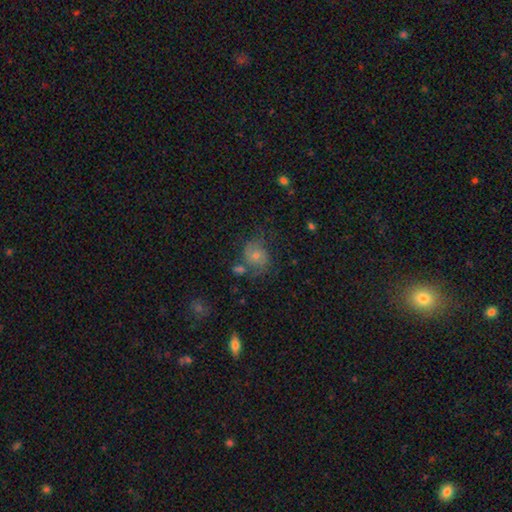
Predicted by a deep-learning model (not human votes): This is possibly a featured or disk galaxy (51%). It is clearly not viewed edge-on (97%). Merging: possibly none (57%).